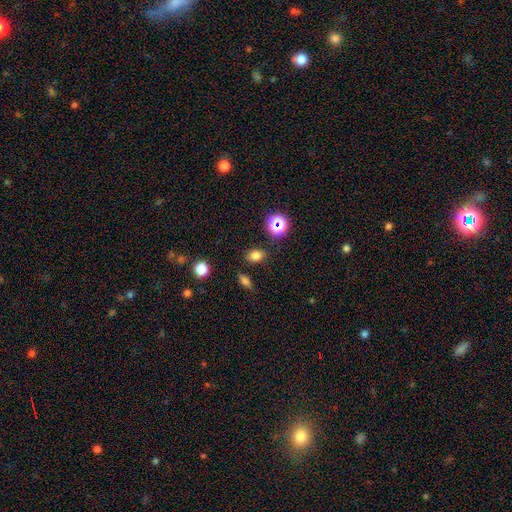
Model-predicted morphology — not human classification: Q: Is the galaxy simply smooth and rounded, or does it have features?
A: smooth — 76%.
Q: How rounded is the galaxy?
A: in between — 71%.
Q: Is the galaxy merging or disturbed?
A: none — 83%.